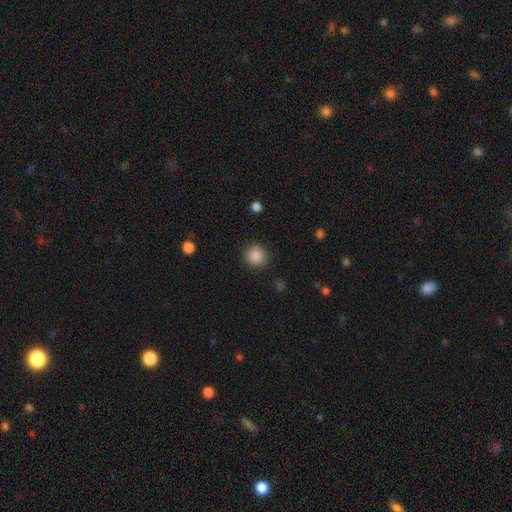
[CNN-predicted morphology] type=smooth (87%); roundness=round (92%); merging=none (90%).